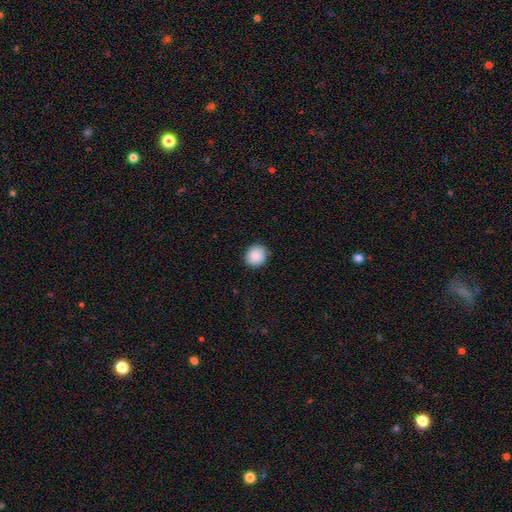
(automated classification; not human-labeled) Smooth or featured? Predicted: smooth (p=0.88). How rounded? Predicted: round (p=0.86). Merging? Predicted: none (p=0.87).